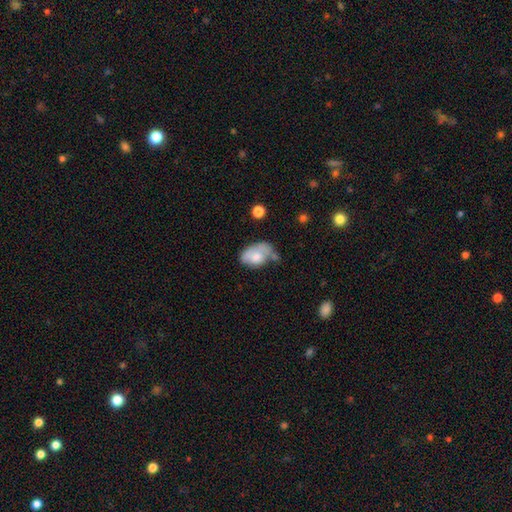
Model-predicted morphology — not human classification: Overall: smooth (68%). How rounded: in between (89%). Merging: minor disturbance (34%; none 32%).